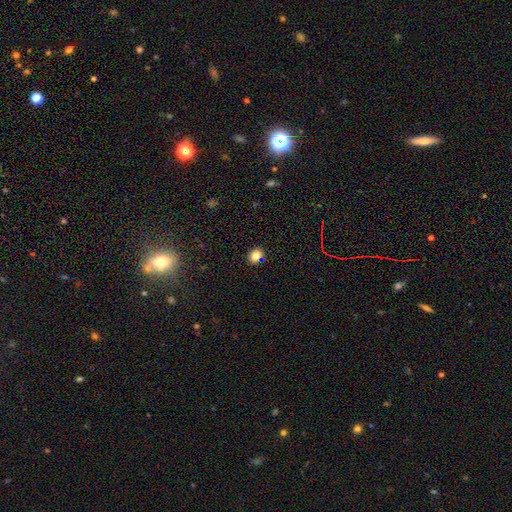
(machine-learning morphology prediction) The model was most divided on "how rounded": in between: 52%, round: 47%, cigar-shaped: 1%. More confident: merging — none (81%); smooth or featured — smooth (79%).